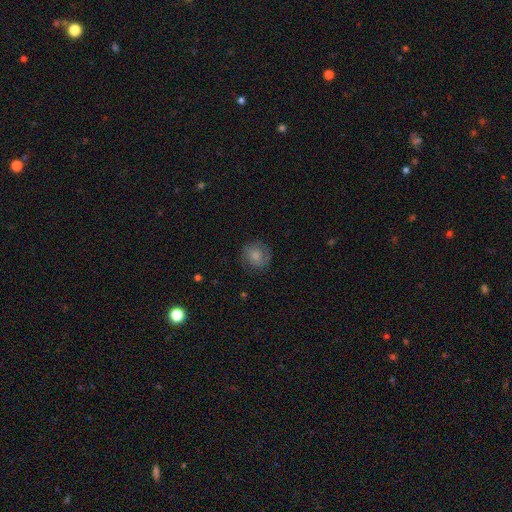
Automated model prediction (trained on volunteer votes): Smooth or featured? Predicted: smooth (p=0.73). How rounded? Predicted: round (p=0.86). Merging? Predicted: none (p=0.79).